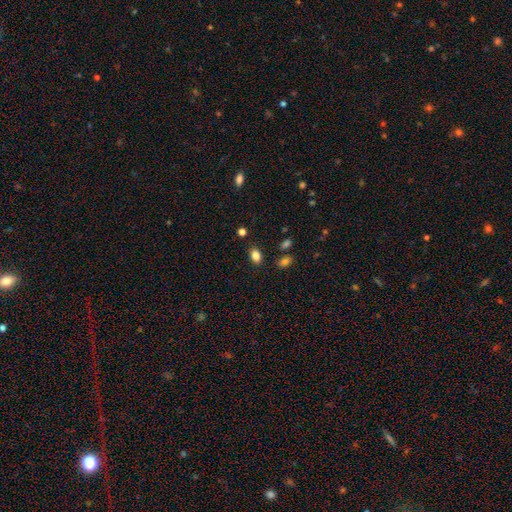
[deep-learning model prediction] smooth_or_featured: smooth (p=0.84) [alt: star or artifact p=0.10]
how_rounded: in between (p=0.83) [alt: round p=0.15]
merging: none (p=0.85) [alt: minor disturbance p=0.10]